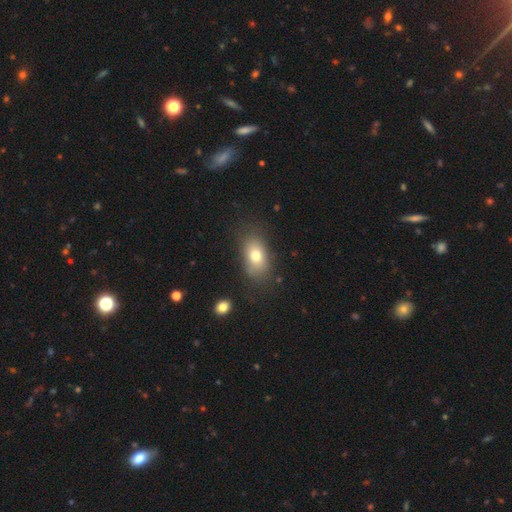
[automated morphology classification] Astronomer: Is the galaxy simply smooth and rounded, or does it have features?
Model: smooth — 75%.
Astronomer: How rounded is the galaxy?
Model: in between — 85%.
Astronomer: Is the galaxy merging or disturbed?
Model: none — 75%.